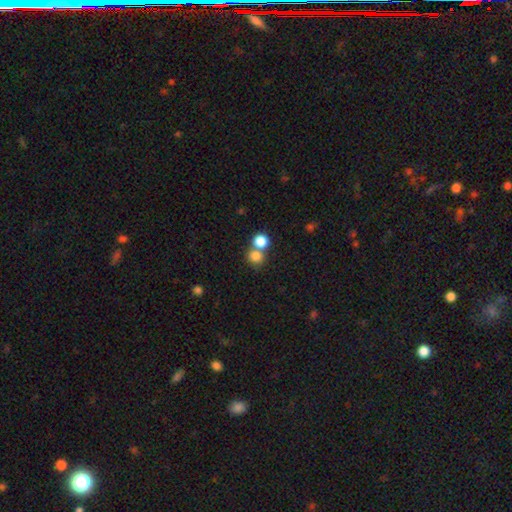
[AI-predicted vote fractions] Smooth or featured: smooth — 81% (star or artifact — 12%)
How rounded: round — 83% (in between — 16%)
Merging: none — 49% (merger — 41%)